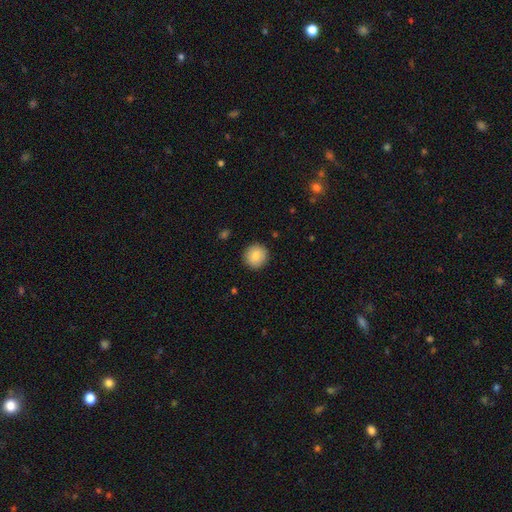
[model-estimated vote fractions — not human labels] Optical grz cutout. It shows a smooth galaxy with no disk features (84%) that is round (93%). Merging: none (91%).